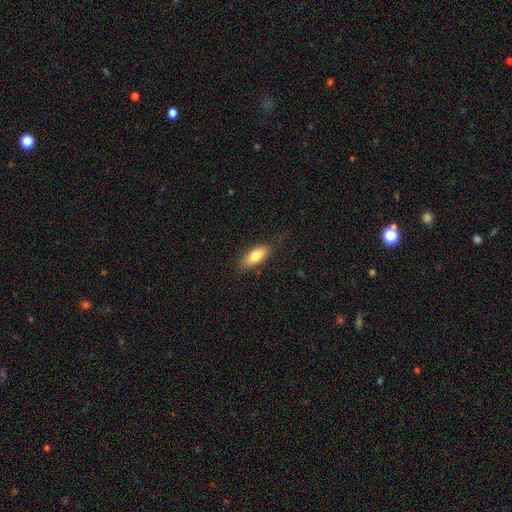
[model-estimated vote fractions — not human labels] Smooth or featured? smooth (77%)
How rounded? in between (79%)
Merging? none (77%)